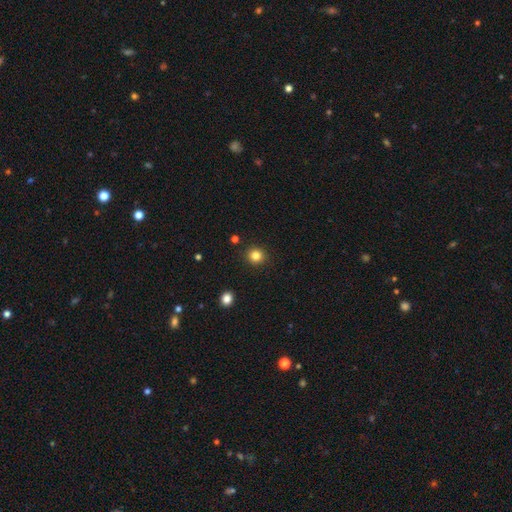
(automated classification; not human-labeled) A smooth galaxy with no disk features (83%) that is round (89%).

Vote fractions:
- Smooth or featured? smooth: 83% / star or artifact: 12% / featured or disk: 5%
- How rounded? round: 89% / in between: 10% / cigar-shaped: 1%
- Merging? none: 91% / minor disturbance: 6% / major disturbance: 2% / merger: 2%